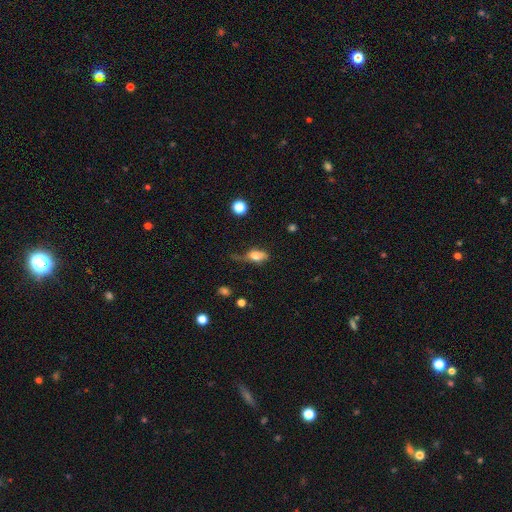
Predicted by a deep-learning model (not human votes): Morphology: type=smooth (72%); roundness=in between (80%); merging=minor disturbance (35%).